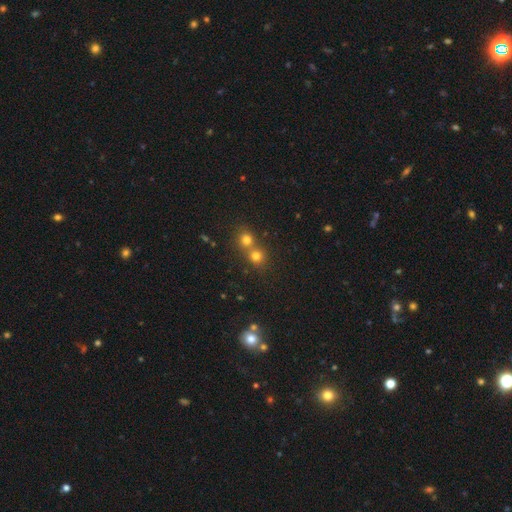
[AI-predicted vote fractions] Smooth or featured?
  - smooth: 69% *
  - star or artifact: 22%
  - featured or disk: 9%
How rounded?
  - round: 88% *
  - in between: 11%
  - cigar-shaped: 1%
Merging?
  - none: 49% *
  - merger: 44%
  - minor disturbance: 5%
  - major disturbance: 2%